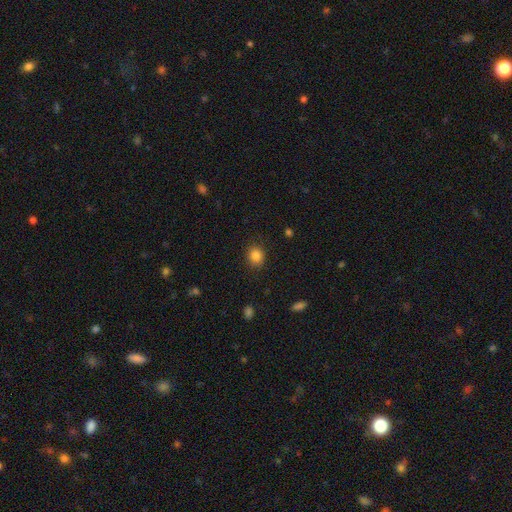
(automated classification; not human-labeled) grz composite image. It shows a smooth galaxy with no disk features (85%) that is round (67%). Merging: none (86%).